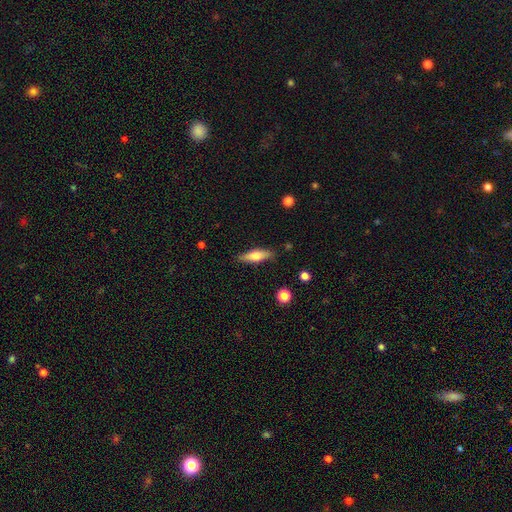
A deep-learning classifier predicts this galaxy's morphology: Smooth or featured: smooth — 61% (featured or disk — 33%)
How rounded: cigar-shaped — 54% (in between — 44%)
Merging: none — 84% (minor disturbance — 12%)